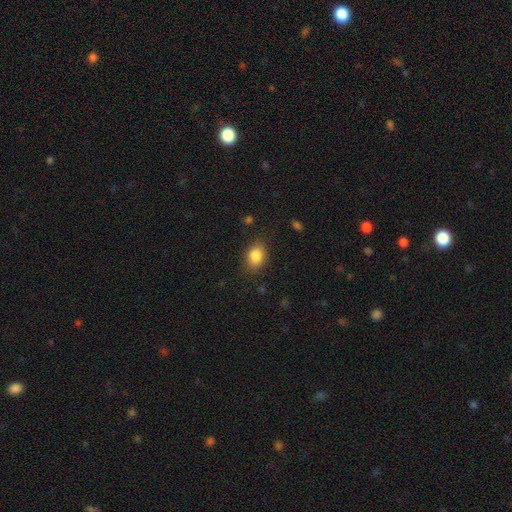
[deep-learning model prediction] Smooth or featured: smooth — 85% (star or artifact — 9%)
How rounded: in between — 70% (round — 29%)
Merging: none — 81% (minor disturbance — 14%)